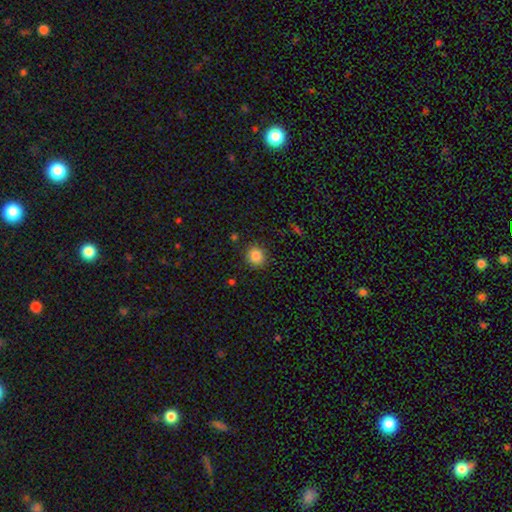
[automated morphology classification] The model was most divided on "smooth or featured": smooth: 84%, star or artifact: 11%, featured or disk: 5%. More confident: how rounded — round (88%); merging — none (87%).